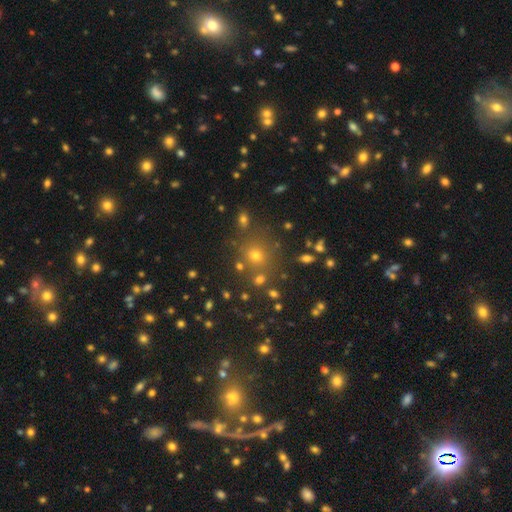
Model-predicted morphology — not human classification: Smooth or featured? smooth (51%)
How rounded? round (91%)
Merging? none (81%)